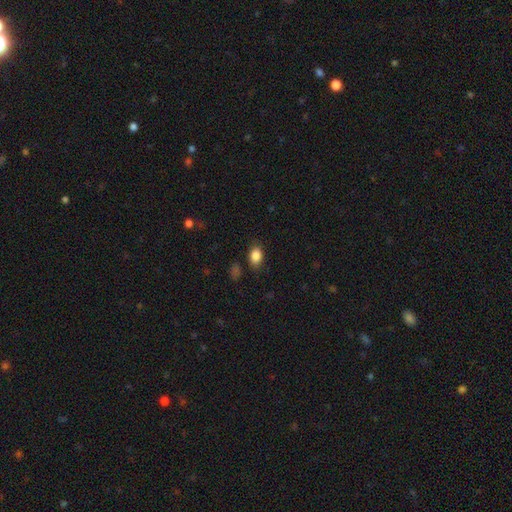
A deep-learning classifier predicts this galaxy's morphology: This appears to be a smooth galaxy with no disk features (86%) that is in between round and cigar-shaped (82%). Merging: none (80%).